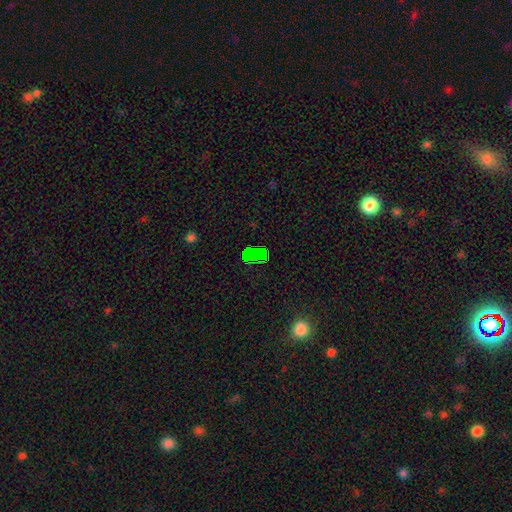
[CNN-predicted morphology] smooth_or_featured: star or artifact (p=0.57) [alt: smooth p=0.30]